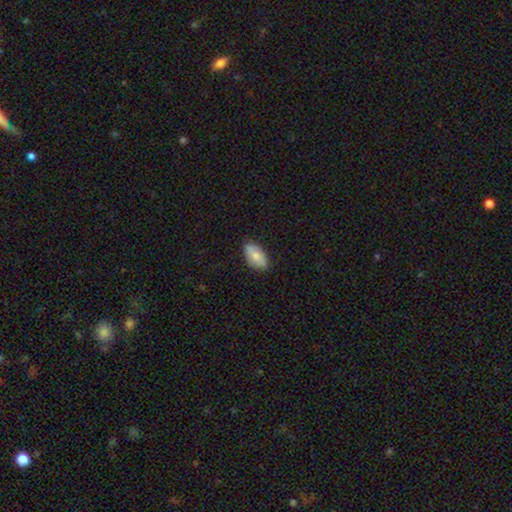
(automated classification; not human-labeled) Smooth or featured?
  - smooth: 76% *
  - featured or disk: 18%
  - star or artifact: 6%
How rounded?
  - in between: 94% *
  - round: 3%
  - cigar-shaped: 3%
Merging?
  - none: 82% *
  - minor disturbance: 15%
  - major disturbance: 2%
  - merger: 1%